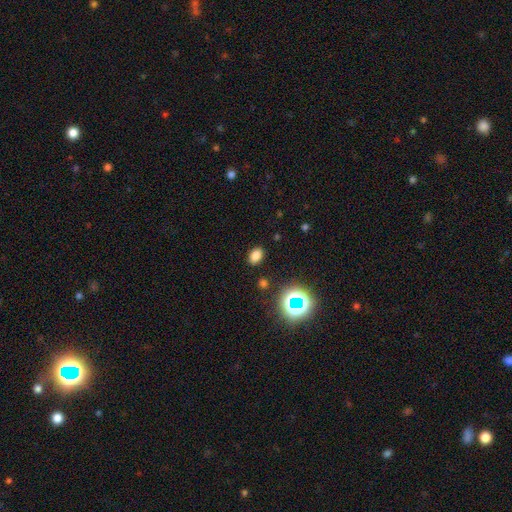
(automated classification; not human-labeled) A smooth galaxy with no disk features (76%) that is in between round and cigar-shaped (82%). Merging: none (87%).